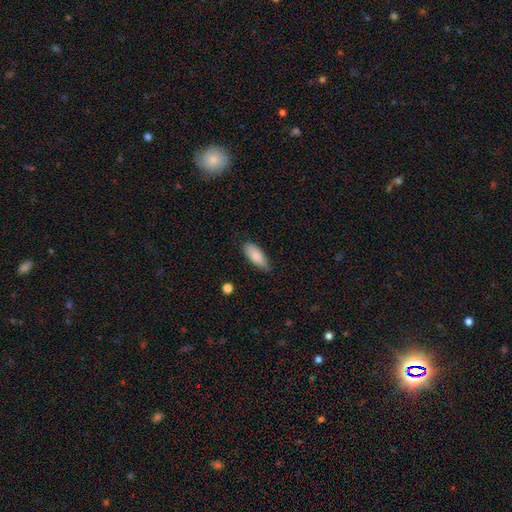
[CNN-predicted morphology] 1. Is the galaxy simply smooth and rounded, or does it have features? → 84% smooth, 10% featured or disk, 6% star or artifact.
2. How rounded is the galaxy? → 81% in between, 17% cigar-shaped, 2% round.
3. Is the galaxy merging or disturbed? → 71% none, 24% minor disturbance, 3% major disturbance, 1% merger.